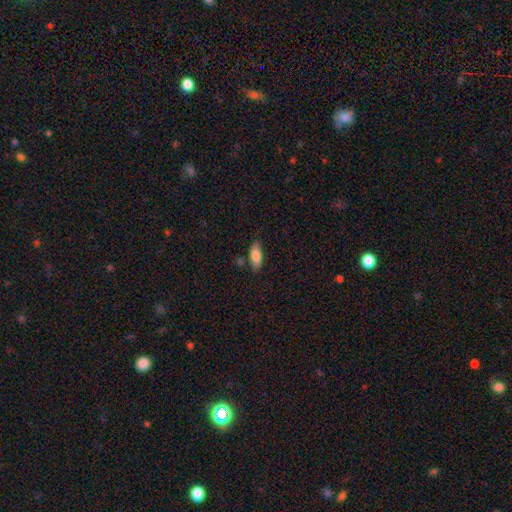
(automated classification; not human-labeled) Smooth or featured? smooth (82%)
How rounded? in between (82%)
Merging? none (74%)